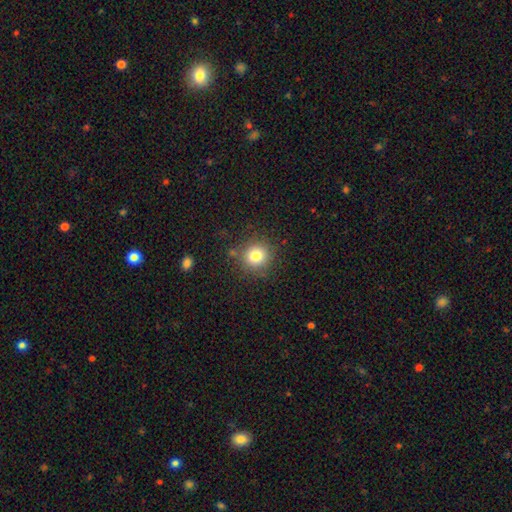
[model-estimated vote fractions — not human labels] Smooth or featured?
  - smooth: 80% *
  - star or artifact: 13%
  - featured or disk: 7%
How rounded?
  - round: 90% *
  - in between: 9%
  - cigar-shaped: 1%
Merging?
  - none: 84% *
  - minor disturbance: 10%
  - major disturbance: 4%
  - merger: 3%